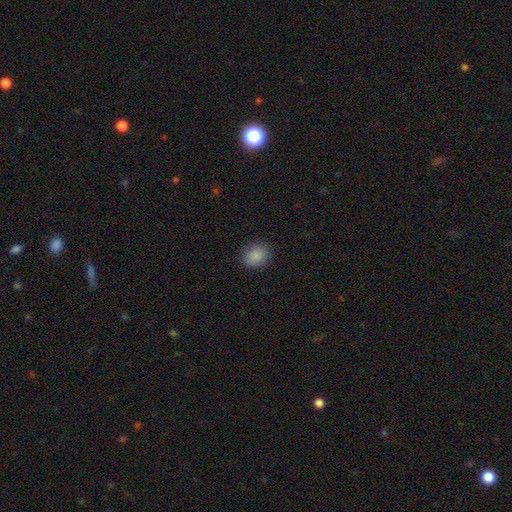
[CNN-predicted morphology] smooth_or_featured: smooth (p=0.88) [alt: star or artifact p=0.09]
how_rounded: round (p=0.61) [alt: in between p=0.38]
merging: none (p=0.87) [alt: minor disturbance p=0.09]